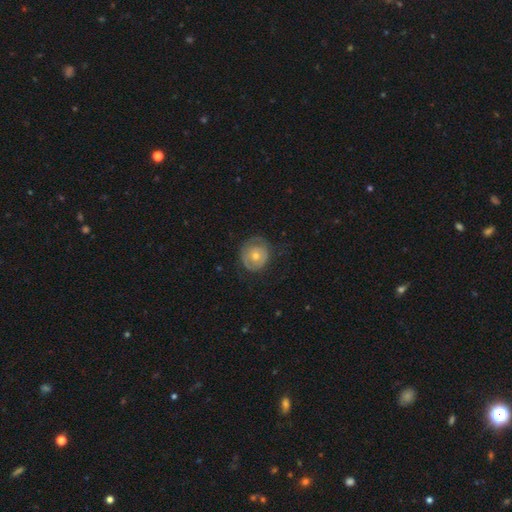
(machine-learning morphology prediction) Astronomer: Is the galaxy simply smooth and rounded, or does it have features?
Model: featured or disk — 52% (runner-up: smooth, 40%).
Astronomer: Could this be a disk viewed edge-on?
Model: no — 96%.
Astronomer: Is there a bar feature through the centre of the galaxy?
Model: no — 85%.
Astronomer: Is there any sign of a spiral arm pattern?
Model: no — 50%, tied with yes at 50%.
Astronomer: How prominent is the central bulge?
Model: moderate — 58% (runner-up: small, 38%).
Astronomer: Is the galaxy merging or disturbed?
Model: none — 68%.